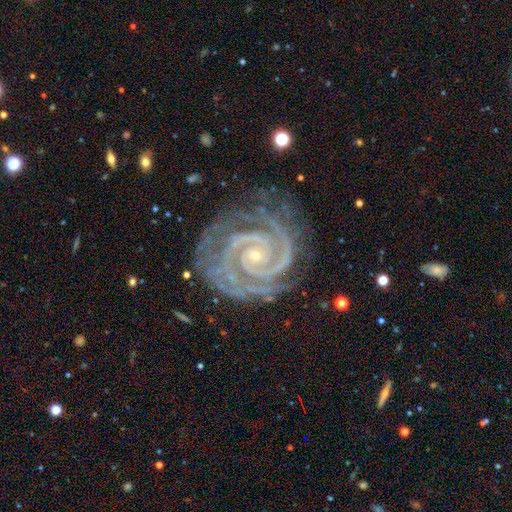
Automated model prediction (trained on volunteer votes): Overall: featured or disk (93%). Edge-on disk: no (98%). Bar: no (69%). Spiral arms: yes (99%). Spiral arm count: 2 (64%). Spiral winding: tight (83%). Bulge size: small (85%). Merging: none (74%).